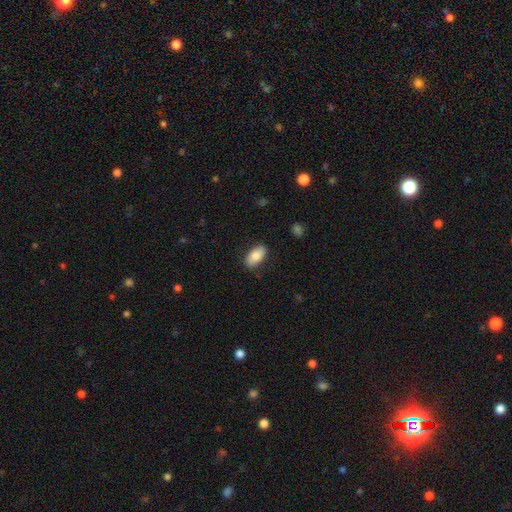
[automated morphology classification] smooth_or_featured: smooth (p=0.80) [alt: featured or disk p=0.14]
how_rounded: in between (p=0.93) [alt: round p=0.04]
merging: none (p=0.84) [alt: minor disturbance p=0.12]